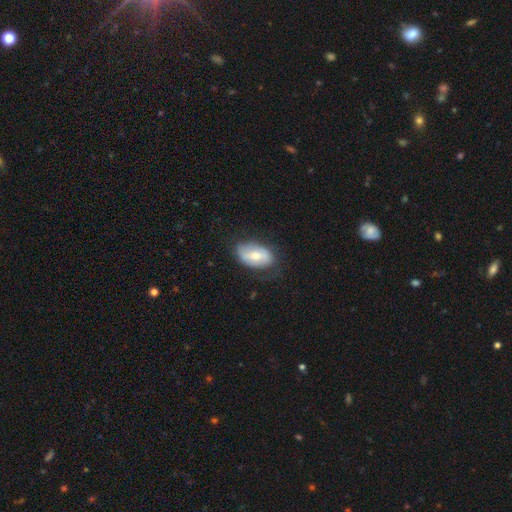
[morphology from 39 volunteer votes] This is possibly a featured or disk galaxy (49%). It is clearly not viewed edge-on (84%). Bar: possibly weak (50%). Spiral arm pattern: clearly no (81%). Central bulge: likely moderate (62%). Merging: possibly none (58%).